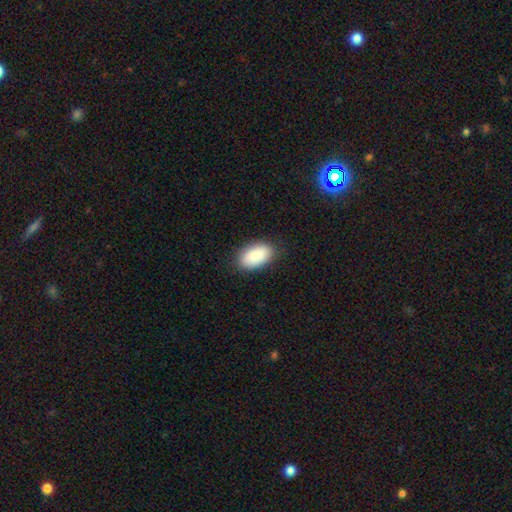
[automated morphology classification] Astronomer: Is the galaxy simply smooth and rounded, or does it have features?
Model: smooth — 89%.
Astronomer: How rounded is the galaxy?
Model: in between — 94%.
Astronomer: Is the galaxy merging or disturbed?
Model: none — 86%.